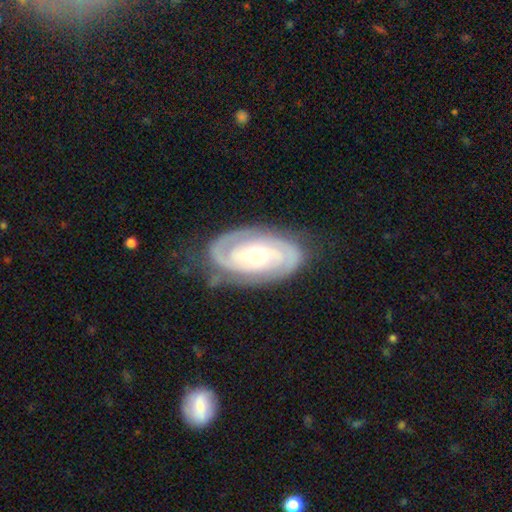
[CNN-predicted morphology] This appears to be a featured or disk galaxy (89%) with no bar (54%), 2 (77%) tight (70%) spiral arms (97%) and a moderate central bulge (52%). Merging: none (78%).